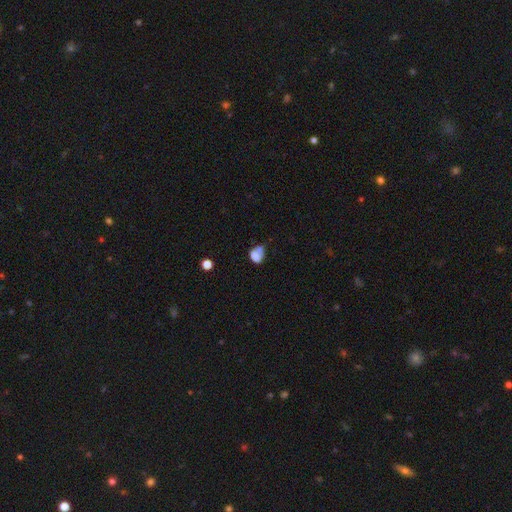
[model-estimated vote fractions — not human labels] Morphology: type=smooth (66%); roundness=in between (67%); merging=merger (34%).